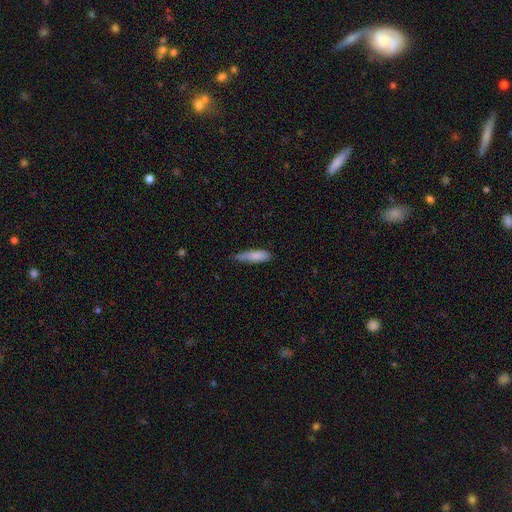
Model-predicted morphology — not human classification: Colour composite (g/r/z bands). It shows a smooth galaxy with no disk features (81%) that is cigar-shaped (66%). Merging: none (55%).